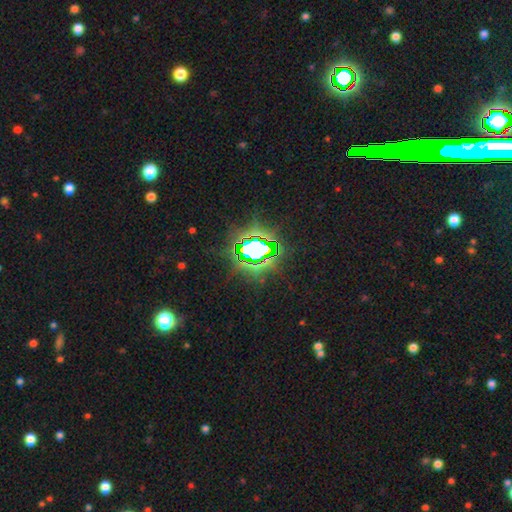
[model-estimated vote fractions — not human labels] star or artifact 83%, smooth 10%, featured or disk 8%.